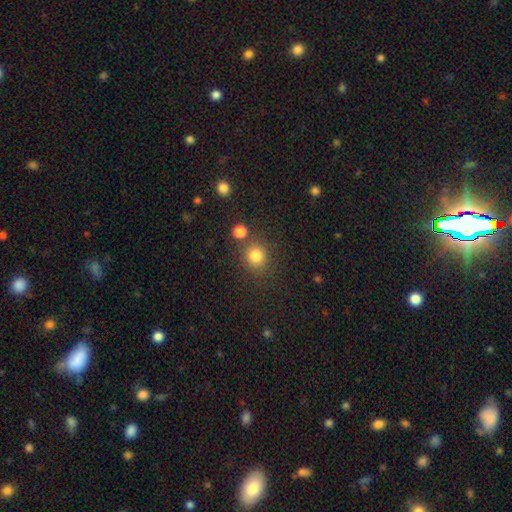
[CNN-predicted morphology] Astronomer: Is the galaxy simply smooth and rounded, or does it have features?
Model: smooth — 81%.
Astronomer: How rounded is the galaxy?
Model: round — 85%.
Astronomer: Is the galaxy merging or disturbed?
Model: none — 73%.